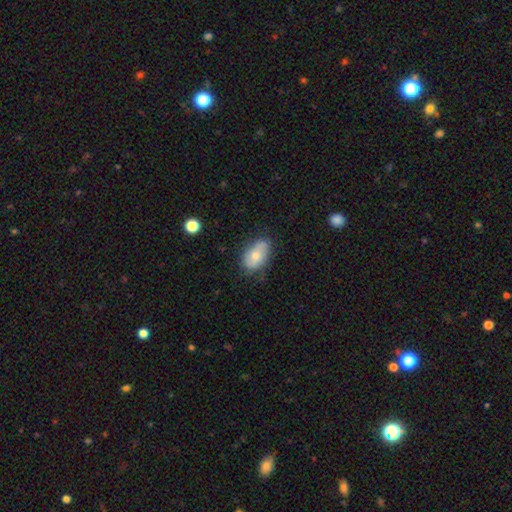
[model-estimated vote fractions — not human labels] This is likely a smooth galaxy (63%). How rounded: clearly in between (90%). Merging: likely none (65%).